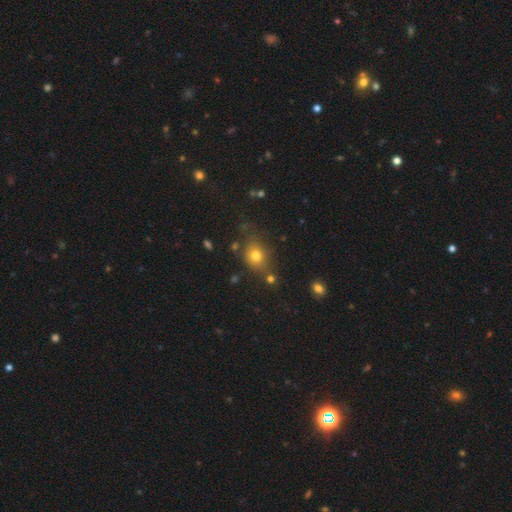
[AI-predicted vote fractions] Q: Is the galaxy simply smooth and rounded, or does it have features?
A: smooth — 74%.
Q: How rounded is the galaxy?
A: round — 58%.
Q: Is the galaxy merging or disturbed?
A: none — 71%.